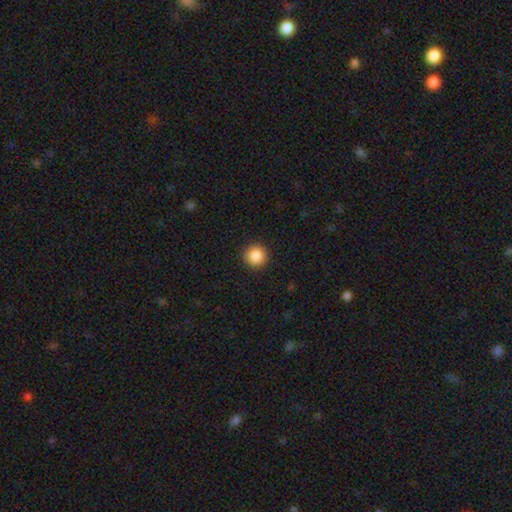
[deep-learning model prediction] smooth-or-featured: smooth: 88% | star or artifact: 9% | featured or disk: 3%
  how-rounded: round: 95% | in between: 4% | cigar-shaped: 1%
  merging: none: 92% | minor disturbance: 5% | major disturbance: 2% | merger: 1%